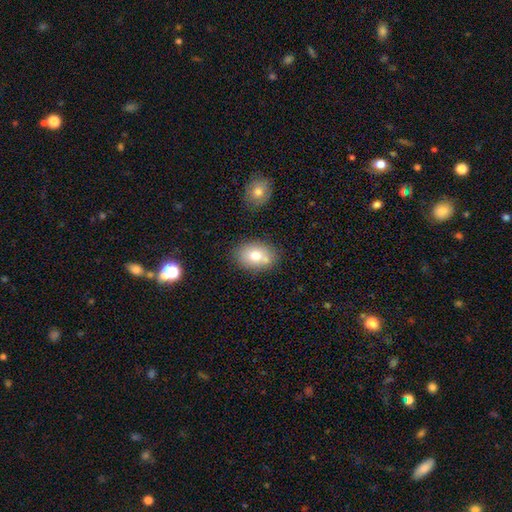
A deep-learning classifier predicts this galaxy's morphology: smooth 74%, featured or disk 17%, star or artifact 9%. Down the decision tree: how rounded — in between (75%); merging — none (69%).